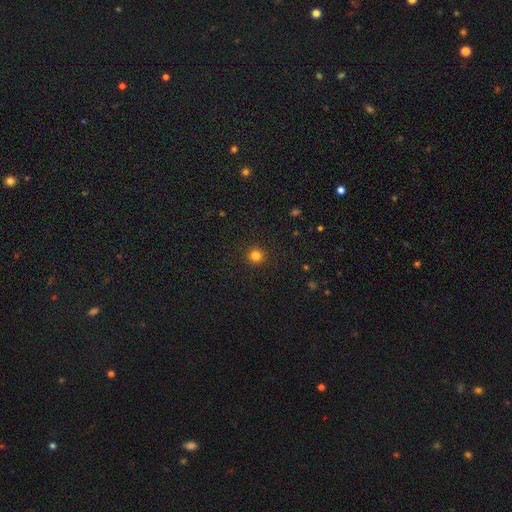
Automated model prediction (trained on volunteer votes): smooth-or-featured: smooth: 81% | star or artifact: 14% | featured or disk: 4%
  how-rounded: round: 94% | in between: 5% | cigar-shaped: 1%
  merging: none: 92% | minor disturbance: 5% | major disturbance: 2% | merger: 1%